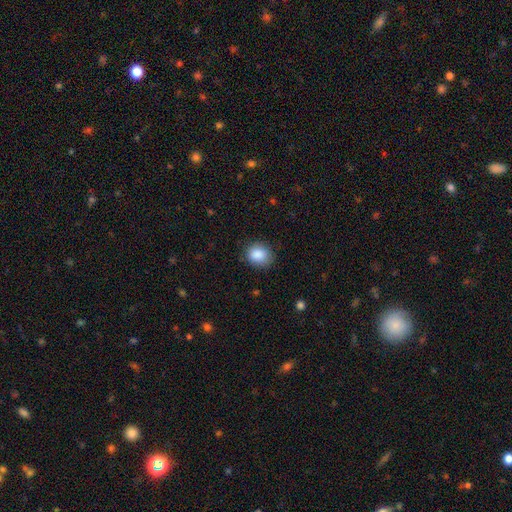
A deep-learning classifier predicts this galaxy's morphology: smooth-or-featured: smooth: 87% | star or artifact: 9% | featured or disk: 4%
  how-rounded: round: 69% | in between: 30% | cigar-shaped: 1%
  merging: none: 83% | minor disturbance: 13% | major disturbance: 3% | merger: 1%